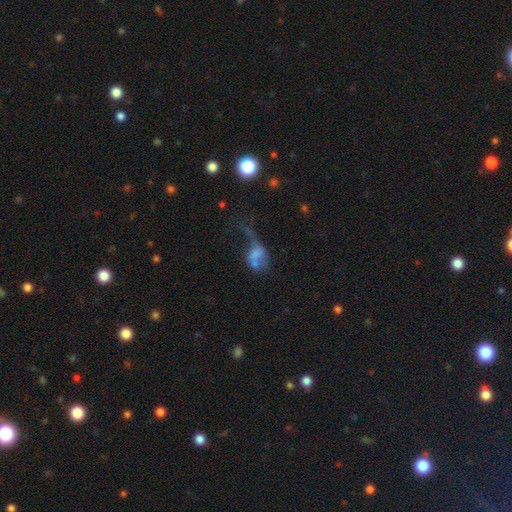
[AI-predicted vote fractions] This appears to be a smooth galaxy with no disk features (49%). Merging: major disturbance (44%).